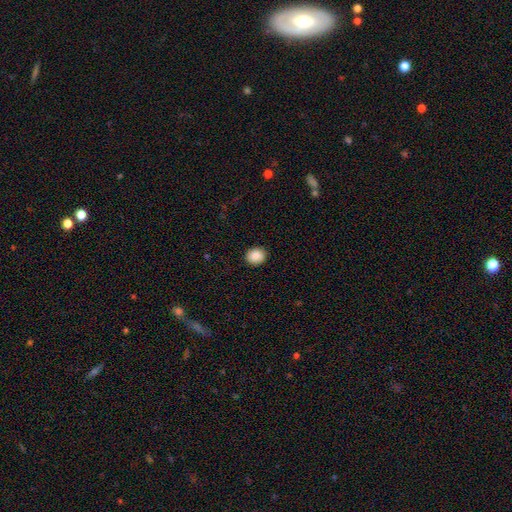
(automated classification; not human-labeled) This appears to be a smooth galaxy with no disk features (89%) that is round (65%). Merging: none (91%).